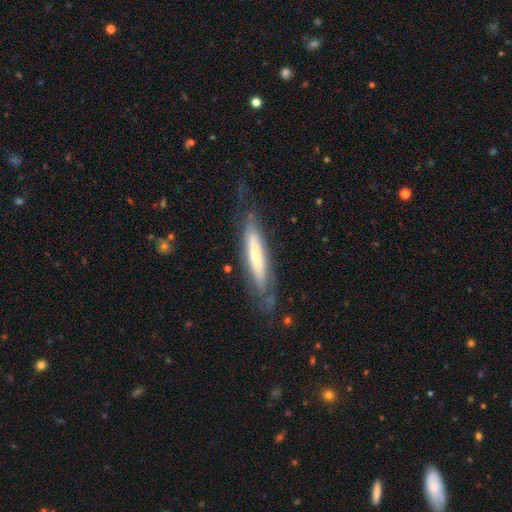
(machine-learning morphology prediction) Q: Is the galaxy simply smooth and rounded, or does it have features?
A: featured or disk — 53%.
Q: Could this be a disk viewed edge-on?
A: yes — 66%.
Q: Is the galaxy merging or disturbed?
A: none — 68%.